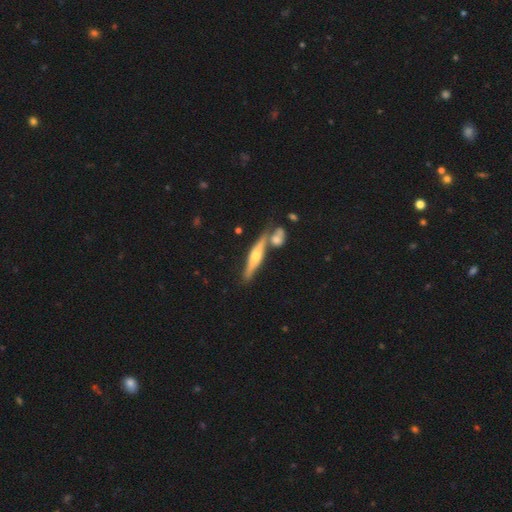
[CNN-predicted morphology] Smooth or featured? featured or disk (70%)
Edge-on disk? yes (94%)
Edge-on bulge? rounded (90%)
Merging? none (66%)